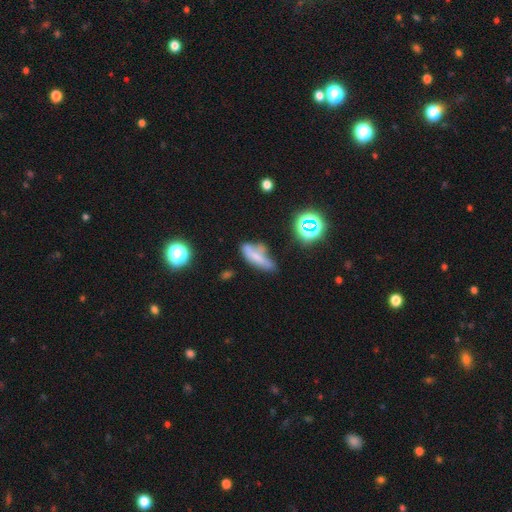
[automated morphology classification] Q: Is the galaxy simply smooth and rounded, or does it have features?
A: smooth — 54%.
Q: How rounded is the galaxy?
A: in between — 55%.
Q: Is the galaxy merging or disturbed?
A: none — 33%.